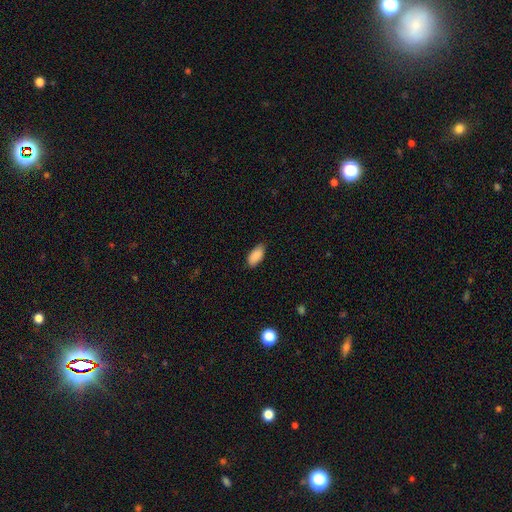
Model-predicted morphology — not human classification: Smooth or featured? smooth (90%)
How rounded? in between (91%)
Merging? none (84%)